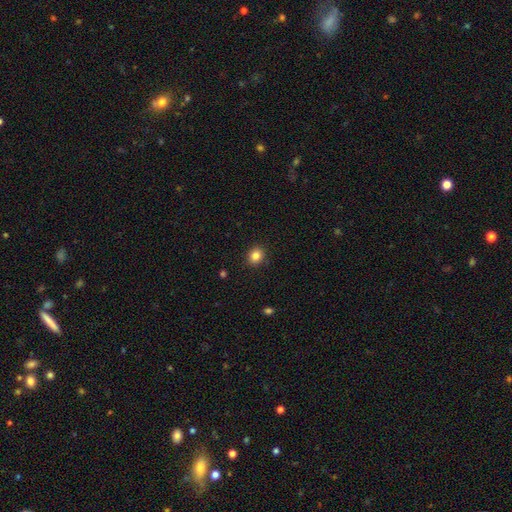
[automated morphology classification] This is clearly a smooth galaxy (84%). How rounded: likely round (72%). Merging: clearly none (90%).